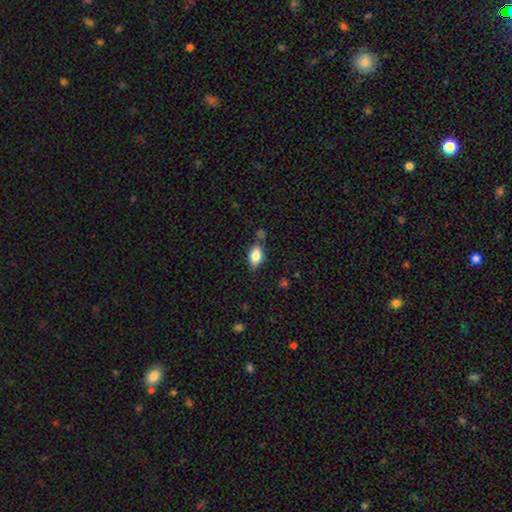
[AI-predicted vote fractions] smooth-or-featured: smooth: 83% | featured or disk: 9% | star or artifact: 8%
  how-rounded: in between: 89% | round: 7% | cigar-shaped: 4%
  merging: none: 71% | minor disturbance: 17% | merger: 8% | major disturbance: 4%